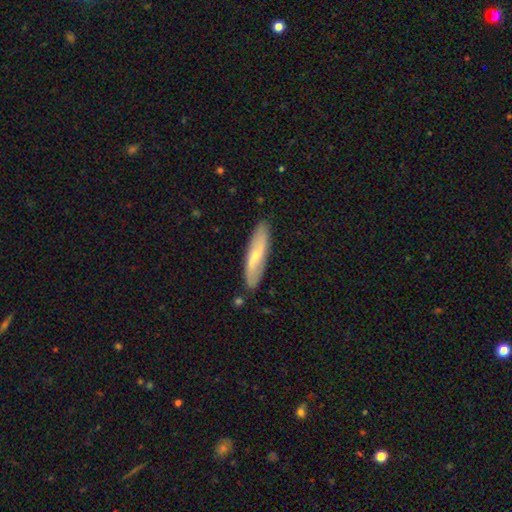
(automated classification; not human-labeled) Overall: smooth (49%; featured or disk 45%). Merging: none (85%).